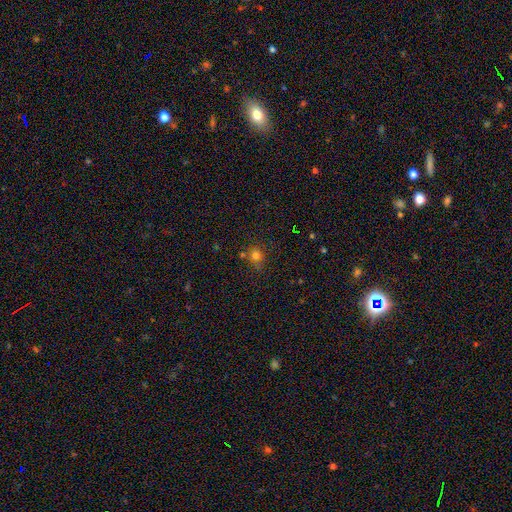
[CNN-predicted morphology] smooth 76%, star or artifact 17%, featured or disk 7%. Down the decision tree: how rounded — round (83%); merging — none (68%).